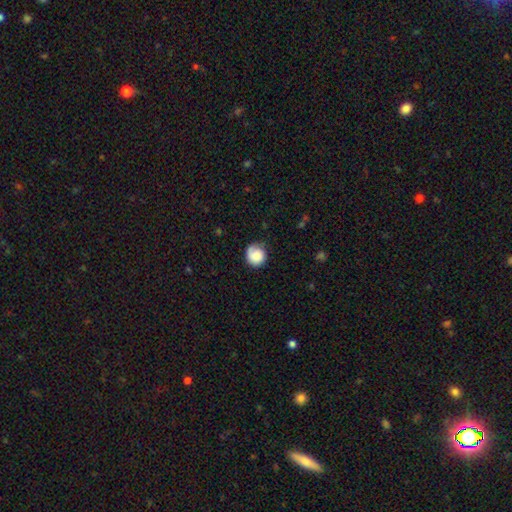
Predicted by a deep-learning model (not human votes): Morphology: type=smooth (77%); roundness=round (89%); merging=none (66%).